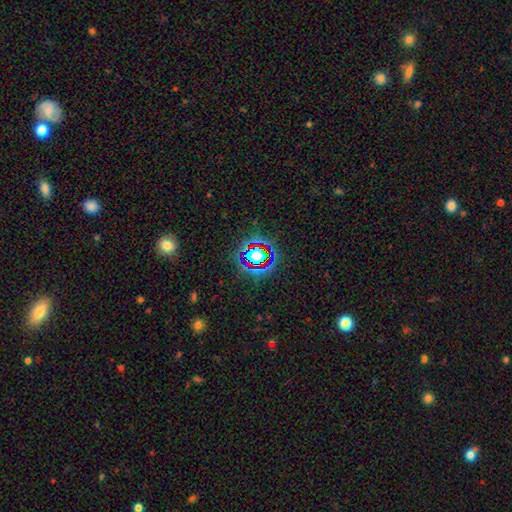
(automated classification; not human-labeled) A star or artifact, not a galaxy (65%).

Vote fractions:
- Smooth or featured? star or artifact: 65% / smooth: 24% / featured or disk: 12%